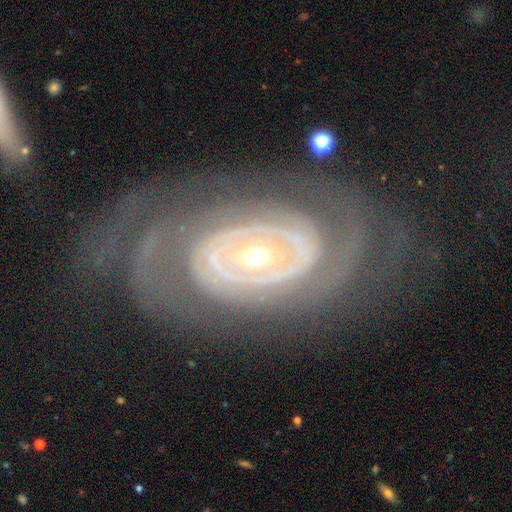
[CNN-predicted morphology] Overall: featured or disk (87%). Edge-on disk: no (95%). Bar: no (70%). Spiral arms: yes (80%). Spiral arm count: can't tell (38%; 2 29%). Spiral winding: tight (75%). Bulge size: small (54%; moderate 41%). Merging: none (62%).